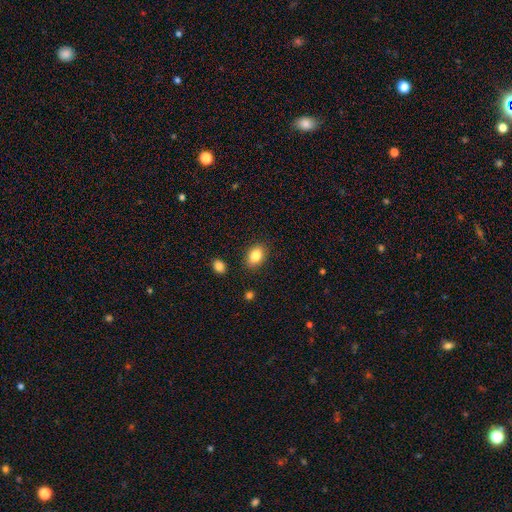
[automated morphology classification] Q: Smooth or featured?
A: smooth (85%); runner-up: star or artifact (8%)
Q: How rounded?
A: in between (84%); runner-up: round (14%)
Q: Merging?
A: none (86%); runner-up: minor disturbance (9%)